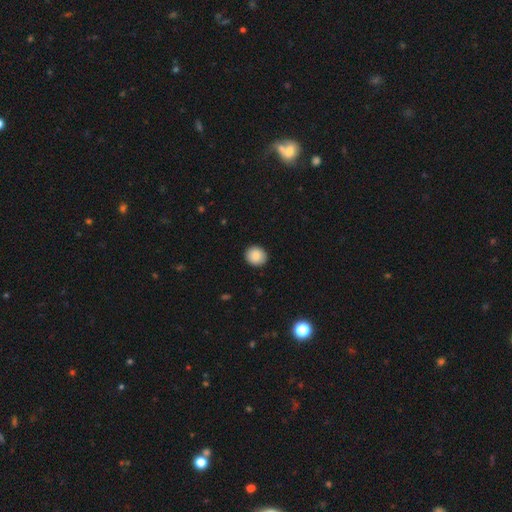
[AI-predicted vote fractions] A smooth galaxy with no disk features (87%) that is round (80%).

Vote fractions:
- Smooth or featured? smooth: 87% / star or artifact: 8% / featured or disk: 5%
- How rounded? round: 80% / in between: 19% / cigar-shaped: 1%
- Merging? none: 91% / minor disturbance: 6% / major disturbance: 2% / merger: 1%